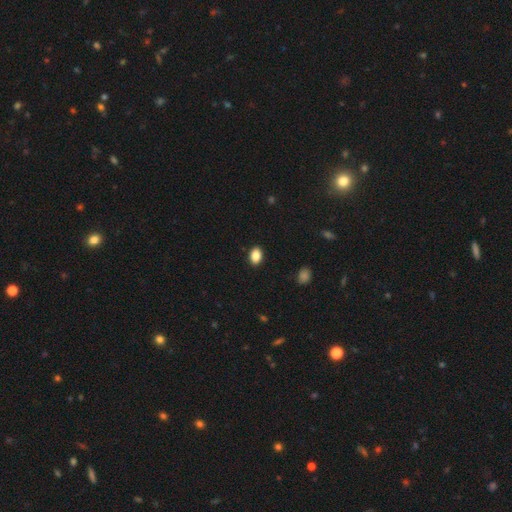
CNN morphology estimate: A smooth galaxy with no disk features (87%) that is in between round and cigar-shaped (82%). Merging: none (90%).